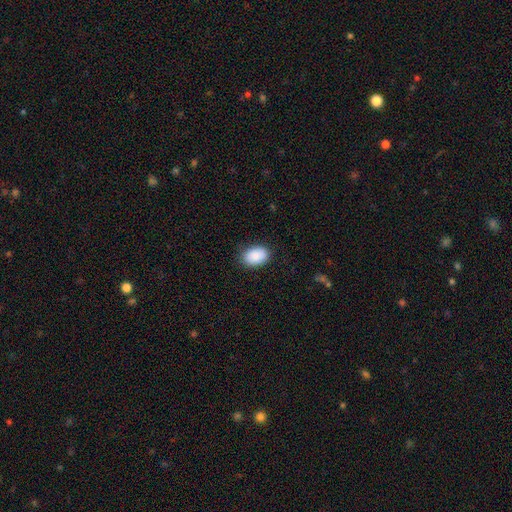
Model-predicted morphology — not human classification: Smooth or featured: smooth — 90% (star or artifact — 6%)
How rounded: in between — 87% (round — 12%)
Merging: none — 85% (minor disturbance — 11%)